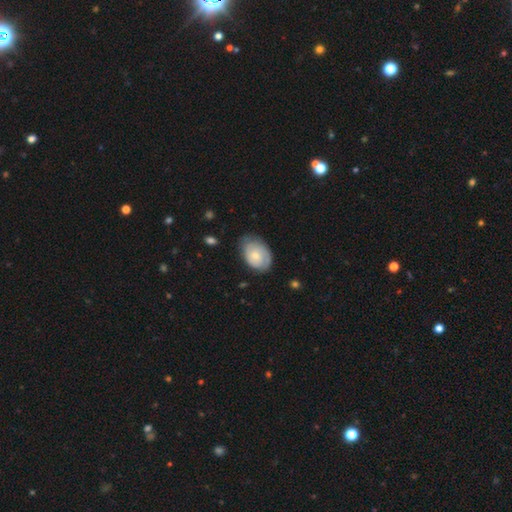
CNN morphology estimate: Smooth or featured? featured or disk (53%)
Edge-on disk? no (96%)
Bar? no (76%)
Spiral arms? yes (78%)
Bulge size? small (54%)
Merging? none (65%)